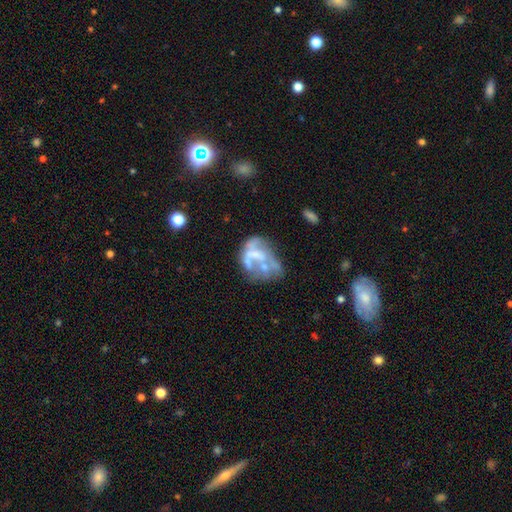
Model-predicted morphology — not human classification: The model was most divided on "merging": major disturbance: 34%, none: 30%, minor disturbance: 18%, merger: 18%. More confident: edge-on disk — no (98%); spiral arms — no (80%); bar — no (76%); smooth or featured — featured or disk (63%); bulge size — none (60%).